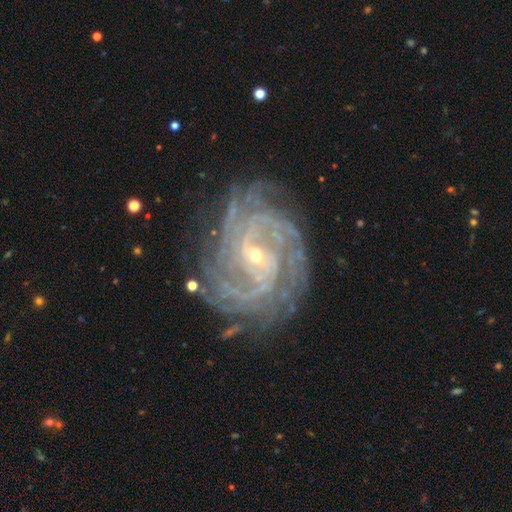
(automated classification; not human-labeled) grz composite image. It shows a featured or disk galaxy (91%) with a weak bar (41%), 4 (22%) tight (75%) spiral arms (98%) and a small central bulge (75%). Merging: none (79%).